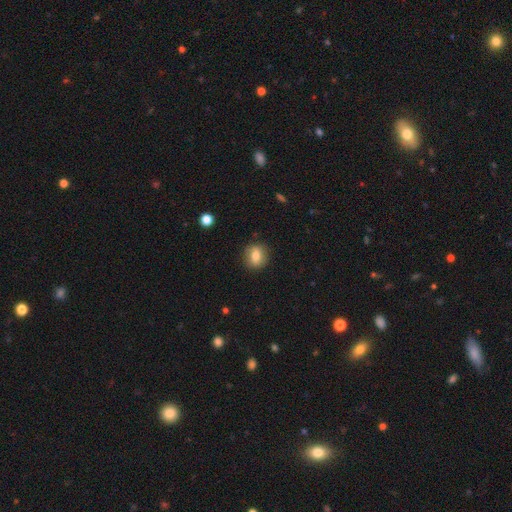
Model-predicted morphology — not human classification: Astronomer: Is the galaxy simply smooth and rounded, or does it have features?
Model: smooth — 73%.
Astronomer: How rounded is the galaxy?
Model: round — 64%.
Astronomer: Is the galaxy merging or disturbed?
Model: none — 87%.